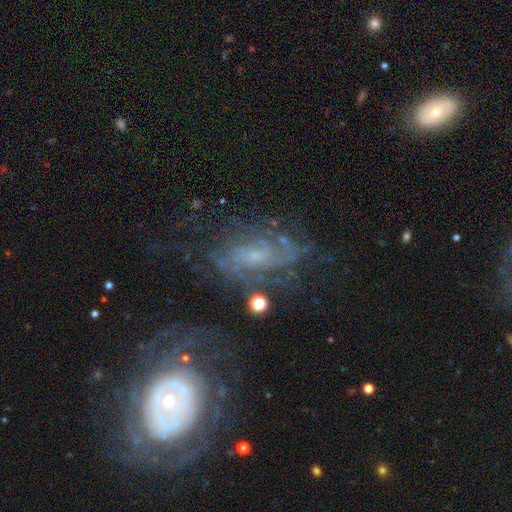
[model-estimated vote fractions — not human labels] smooth-or-featured: featured or disk: 74% | smooth: 14% | star or artifact: 12%
  disk-edge-on: no: 94% | yes: 6%
    bar: no: 57% | weak: 34% | strong: 9%
    has-spiral-arms: yes: 85% | no: 15%
      spiral-winding: tight: 48% | medium: 37% | loose: 15%
      spiral-arm-count: can't tell: 46% | 2: 26% | 3: 11% | 4: 6% | 1: 5% | more than 4: 5%
    bulge-size: small: 68% | moderate: 21% | none: 8% | large: 2% | dominant: 1%
  merging: none: 56% | minor disturbance: 19% | major disturbance: 17% | merger: 8%